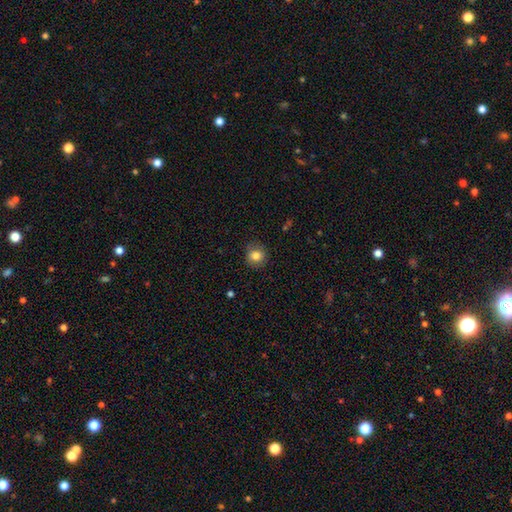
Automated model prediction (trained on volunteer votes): Q: Smooth or featured?
A: smooth (83%); runner-up: star or artifact (10%)
Q: How rounded?
A: round (84%); runner-up: in between (15%)
Q: Merging?
A: none (84%); runner-up: minor disturbance (11%)